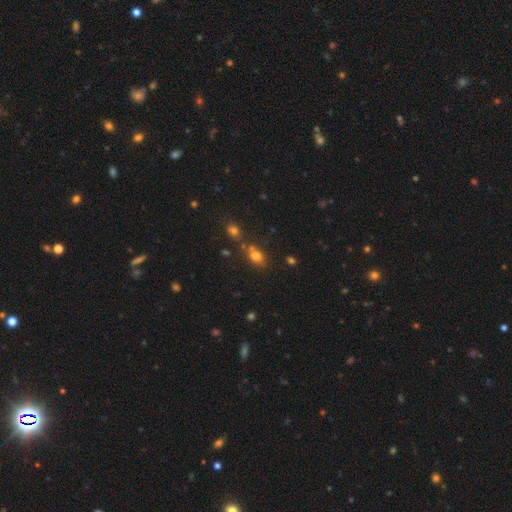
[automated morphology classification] The model was most divided on "merging": none: 57%, merger: 22%, minor disturbance: 15%, major disturbance: 5%. More confident: smooth or featured — smooth (74%); how rounded — in between (71%).